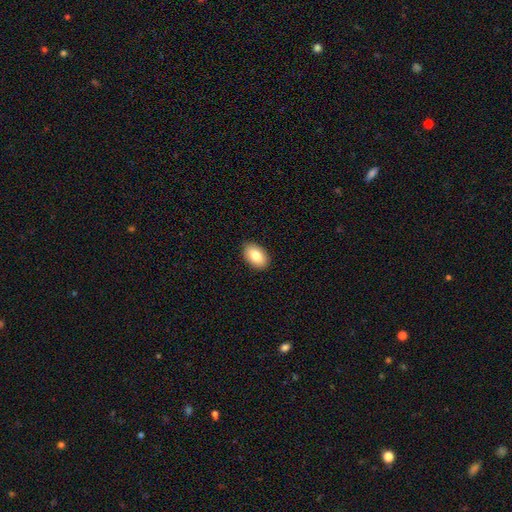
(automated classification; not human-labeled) Q: Smooth or featured?
A: smooth (82%); runner-up: featured or disk (10%)
Q: How rounded?
A: in between (89%); runner-up: round (10%)
Q: Merging?
A: none (89%); runner-up: minor disturbance (8%)